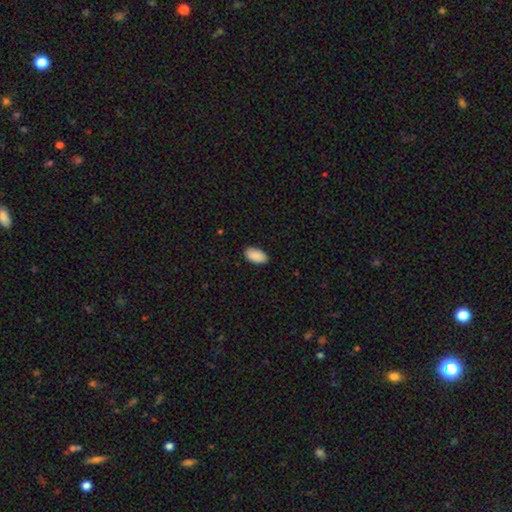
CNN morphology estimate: A smooth galaxy with no disk features (90%) that is in between round and cigar-shaped (95%).

Vote fractions:
- Smooth or featured? smooth: 90% / star or artifact: 7% / featured or disk: 3%
- How rounded? in between: 95% / round: 3% / cigar-shaped: 2%
- Merging? none: 87% / minor disturbance: 10% / major disturbance: 2% / merger: 1%